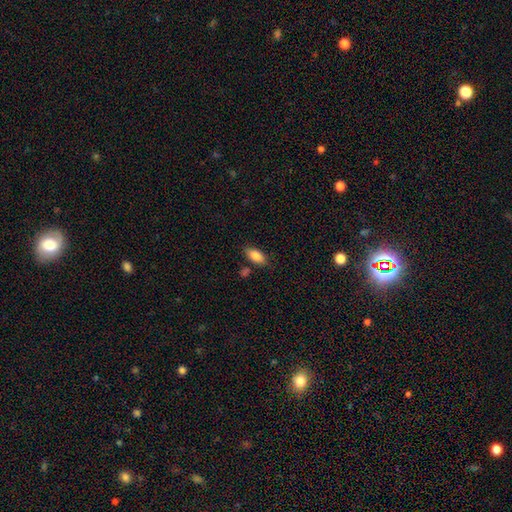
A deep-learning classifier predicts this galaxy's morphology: Smooth or featured? Predicted: smooth (p=0.85). How rounded? Predicted: in between (p=0.89). Merging? Predicted: none (p=0.79).